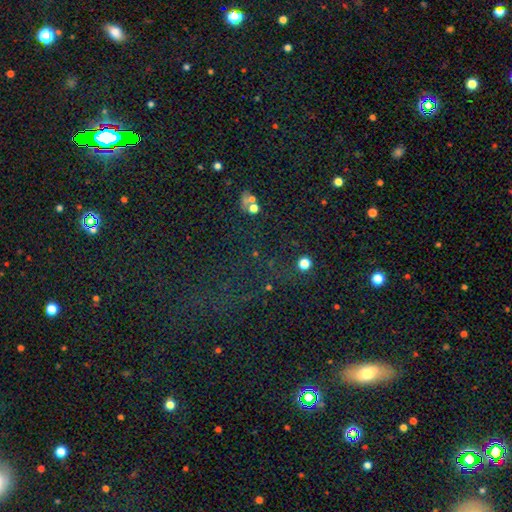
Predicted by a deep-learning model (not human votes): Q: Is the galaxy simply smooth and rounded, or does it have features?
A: star or artifact — 54%.